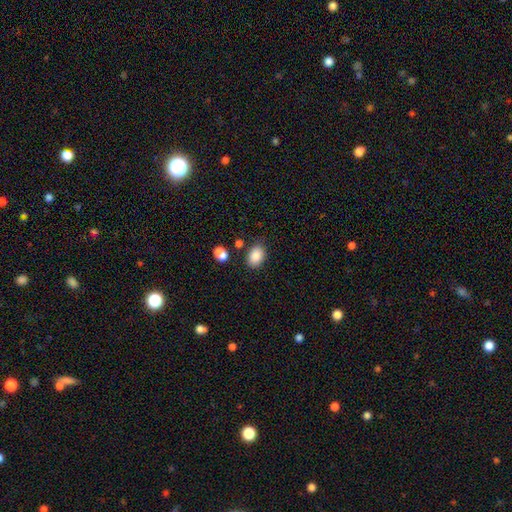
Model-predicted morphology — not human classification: smooth 87%, star or artifact 8%, featured or disk 5%. Down the decision tree: how rounded — in between (81%); merging — none (79%).